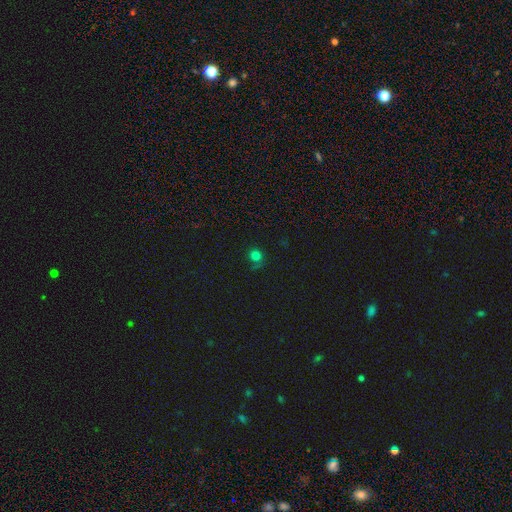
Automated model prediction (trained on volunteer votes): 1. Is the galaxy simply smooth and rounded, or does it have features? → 74% smooth, 19% star or artifact, 6% featured or disk.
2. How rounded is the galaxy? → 88% round, 11% in between, 1% cigar-shaped.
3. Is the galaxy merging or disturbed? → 69% none, 17% minor disturbance, 9% major disturbance, 4% merger.